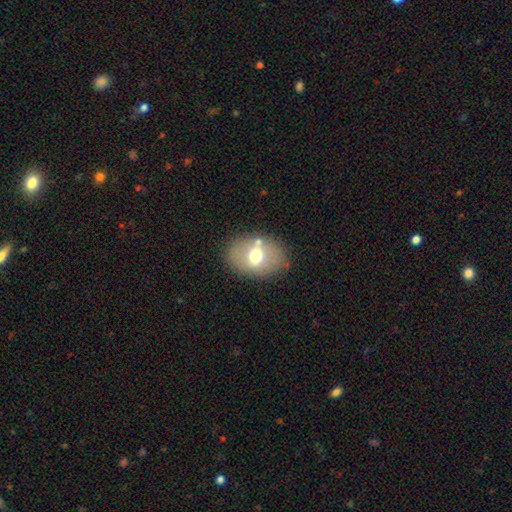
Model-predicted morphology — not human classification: Smooth or featured? Predicted: smooth (p=0.61). How rounded? Predicted: in between (p=0.73). Merging? Predicted: none (p=0.78).